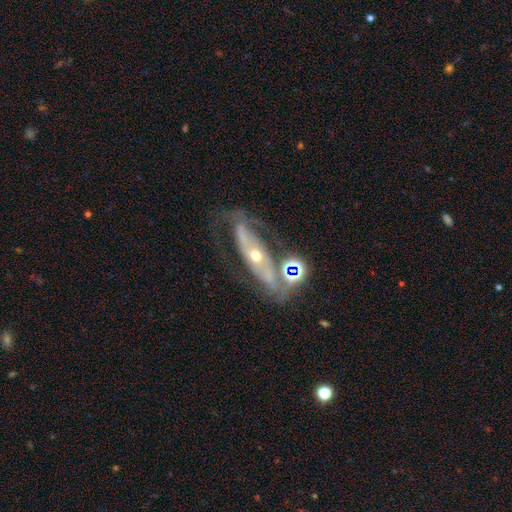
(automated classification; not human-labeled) Smooth or featured?
  - featured or disk: 78% *
  - smooth: 14%
  - star or artifact: 9%
Edge-on disk?
  - no: 78% *
  - yes: 22%
Bar?
  - no: 61% *
  - strong: 21%
  - weak: 18%
Spiral arms?
  - yes: 68% *
  - no: 32%
Bulge size?
  - small: 50% *
  - moderate: 45%
  - large: 2%
  - none: 1%
  - dominant: 1%
Merging?
  - none: 39% *
  - major disturbance: 25%
  - minor disturbance: 18%
  - merger: 17%